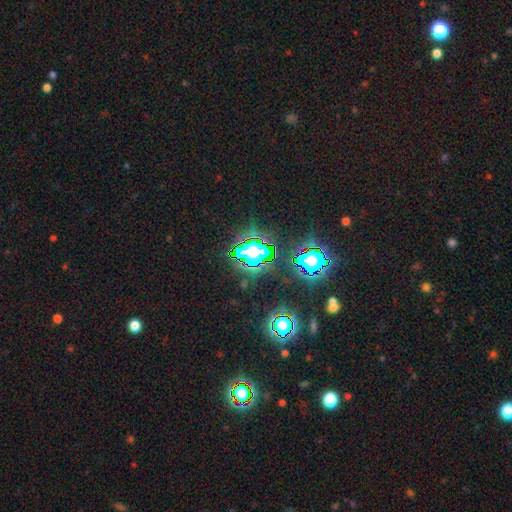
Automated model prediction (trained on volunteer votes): This is likely a star or artifact rather than a galaxy (78%).